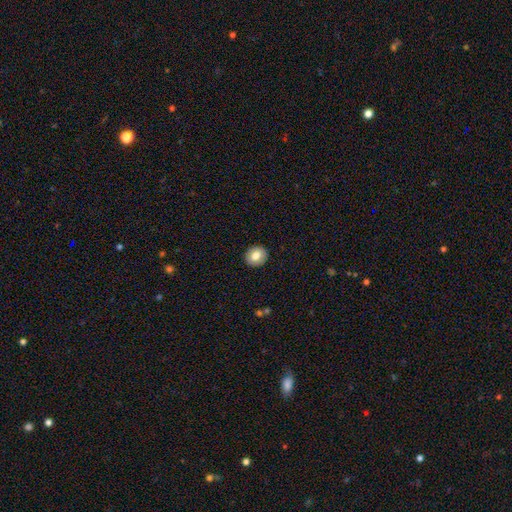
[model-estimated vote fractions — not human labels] smooth 79%, featured or disk 13%, star or artifact 8%. Down the decision tree: how rounded — round (83%); merging — none (92%).